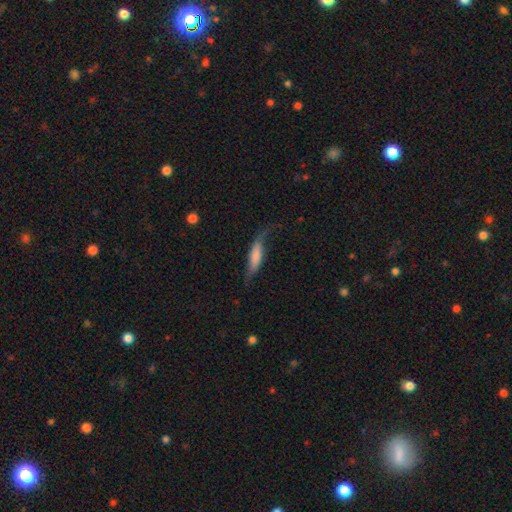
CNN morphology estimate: This appears to be a smooth galaxy with no disk features (52%) that is cigar-shaped (59%). Merging: none (50%).